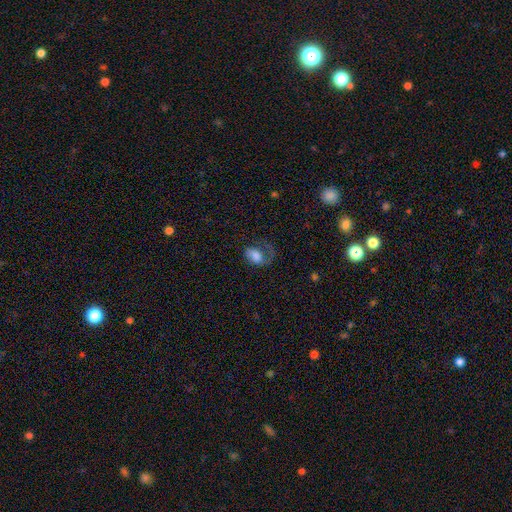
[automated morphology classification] A smooth galaxy with no disk features (55%) that is in between round and cigar-shaped (82%).

Vote fractions:
- Smooth or featured? smooth: 55% / featured or disk: 36% / star or artifact: 9%
- How rounded? in between: 82% / round: 16% / cigar-shaped: 2%
- Merging? major disturbance: 46% / none: 31% / minor disturbance: 21% / merger: 2%